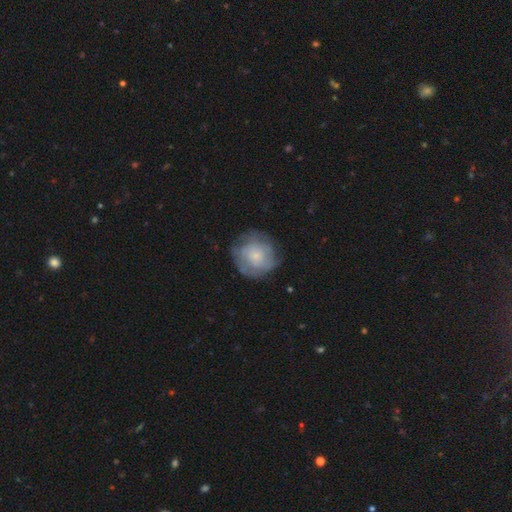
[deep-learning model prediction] Smooth or featured? smooth (52%)
How rounded? round (89%)
Merging? none (68%)